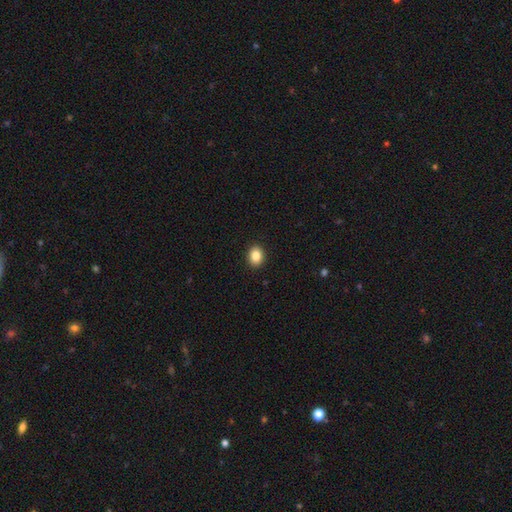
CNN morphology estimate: smooth_or_featured: smooth (p=0.86) [alt: star or artifact p=0.09]
how_rounded: in between (p=0.53) [alt: round p=0.46]
merging: none (p=0.92) [alt: minor disturbance p=0.06]